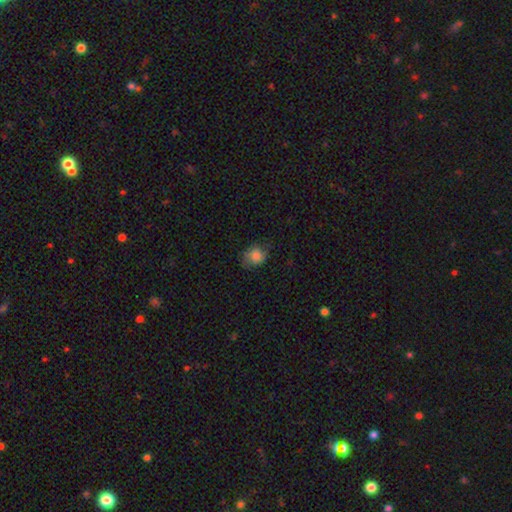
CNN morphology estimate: A smooth galaxy with no disk features (78%) that is round (59%).

Vote fractions:
- Smooth or featured? smooth: 78% / featured or disk: 13% / star or artifact: 9%
- How rounded? round: 59% / in between: 40% / cigar-shaped: 1%
- Merging? none: 65% / minor disturbance: 25% / major disturbance: 9% / merger: 1%